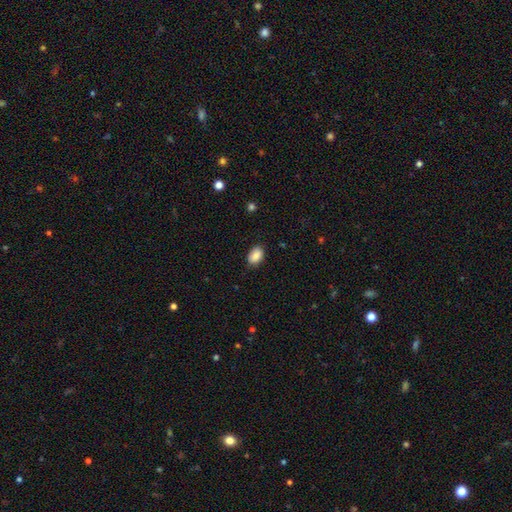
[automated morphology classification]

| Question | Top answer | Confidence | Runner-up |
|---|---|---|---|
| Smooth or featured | smooth | 87% | star or artifact (8%) |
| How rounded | in between | 84% | round (14%) |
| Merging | none | 82% | minor disturbance (14%) |